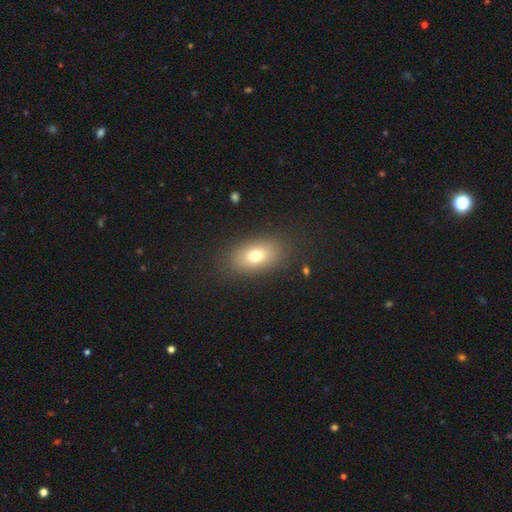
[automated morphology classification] Smooth or featured: smooth — 73% (featured or disk — 15%)
How rounded: in between — 85% (round — 12%)
Merging: none — 85% (minor disturbance — 9%)